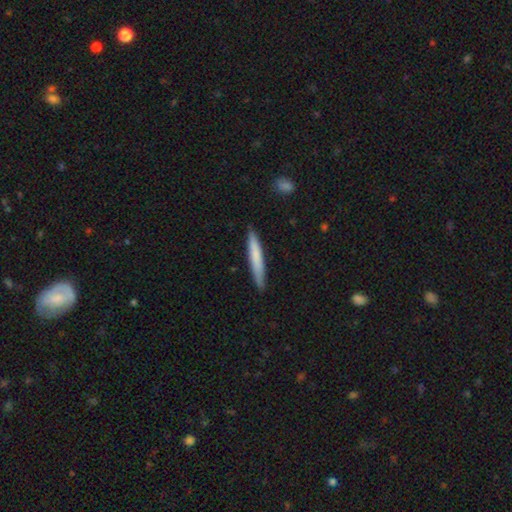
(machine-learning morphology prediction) smooth 71%, featured or disk 23%, star or artifact 5%. Down the decision tree: how rounded — cigar-shaped (95%); merging — none (87%).